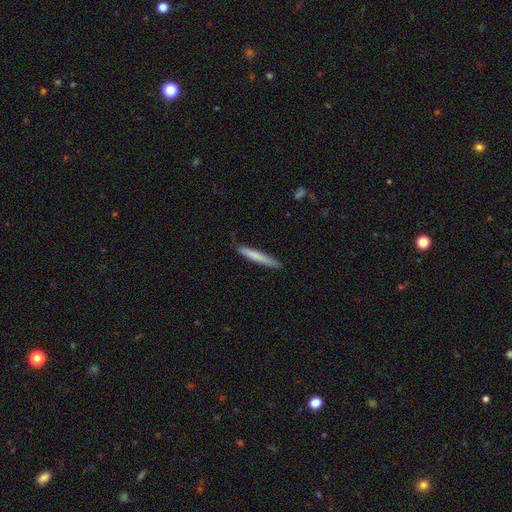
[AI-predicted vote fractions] Q: Smooth or featured?
A: smooth (75%); runner-up: featured or disk (20%)
Q: How rounded?
A: cigar-shaped (95%); runner-up: in between (4%)
Q: Merging?
A: none (82%); runner-up: minor disturbance (15%)